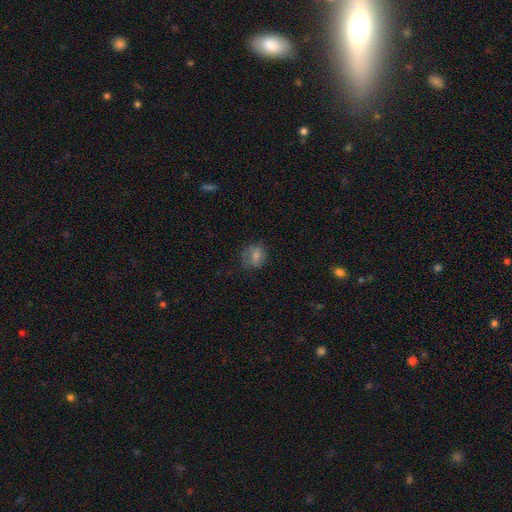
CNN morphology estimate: A smooth galaxy with no disk features (60%) that is round (62%).

Vote fractions:
- Smooth or featured? smooth: 60% / featured or disk: 26% / star or artifact: 14%
- How rounded? round: 62% / in between: 37% / cigar-shaped: 1%
- Merging? none: 67% / minor disturbance: 22% / major disturbance: 10% / merger: 1%